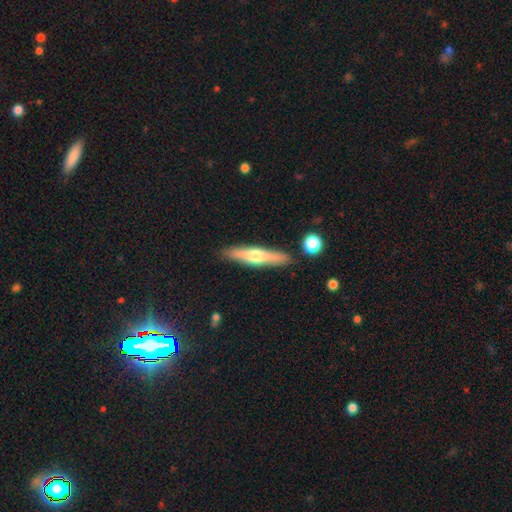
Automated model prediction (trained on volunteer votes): A featured or disk galaxy (51%) viewed edge-on (94%). Merging: none (87%).